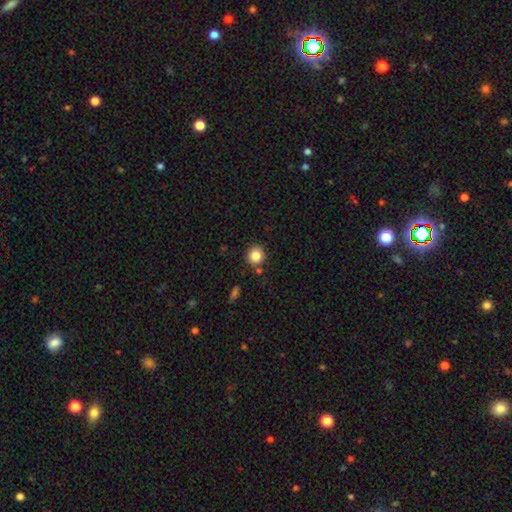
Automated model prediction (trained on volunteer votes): Smooth or featured?
  - smooth: 84% *
  - star or artifact: 10%
  - featured or disk: 5%
How rounded?
  - round: 92% *
  - in between: 7%
  - cigar-shaped: 1%
Merging?
  - none: 83% *
  - minor disturbance: 8%
  - merger: 6%
  - major disturbance: 2%